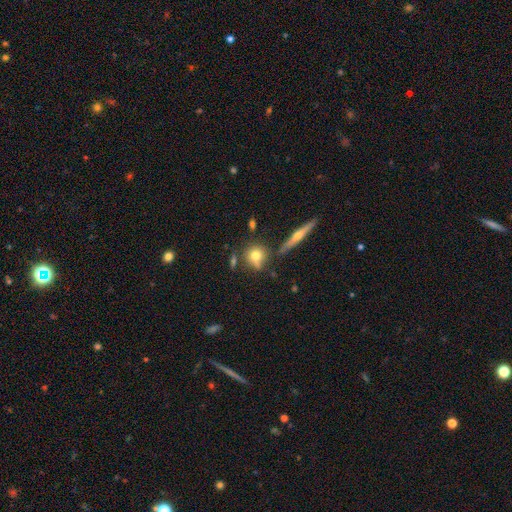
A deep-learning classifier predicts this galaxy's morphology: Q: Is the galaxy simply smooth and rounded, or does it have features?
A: smooth — 70%.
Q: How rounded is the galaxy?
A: round — 80%.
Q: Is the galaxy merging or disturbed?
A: none — 68%.